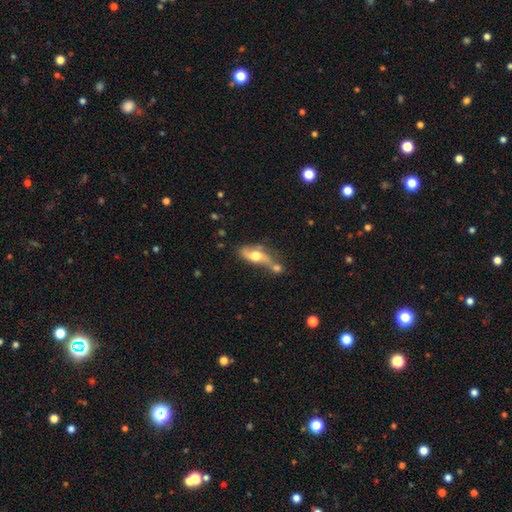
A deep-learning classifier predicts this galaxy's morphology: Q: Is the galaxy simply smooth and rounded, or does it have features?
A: featured or disk — 49%.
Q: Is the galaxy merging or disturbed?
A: merger — 44%.